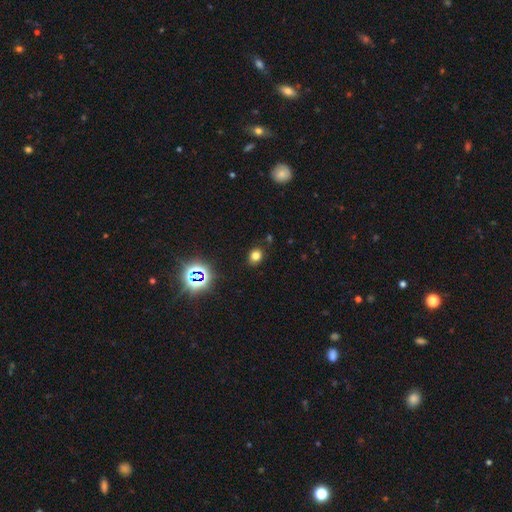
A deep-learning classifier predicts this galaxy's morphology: Smooth or featured?
  - smooth: 72% *
  - star or artifact: 21%
  - featured or disk: 7%
How rounded?
  - round: 55% *
  - in between: 44%
  - cigar-shaped: 1%
Merging?
  - none: 85% *
  - minor disturbance: 10%
  - major disturbance: 3%
  - merger: 2%